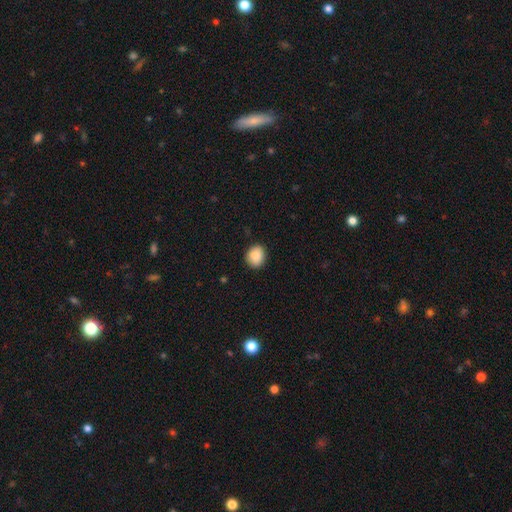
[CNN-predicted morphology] Smooth or featured? smooth (89%)
How rounded? round (67%)
Merging? none (88%)